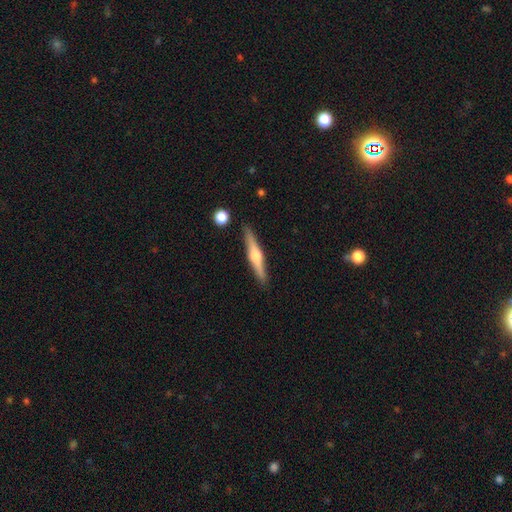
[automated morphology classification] Overall: featured or disk (64%; smooth 30%). Edge-on disk: yes (98%). Edge-on bulge: rounded (87%). Merging: none (89%).